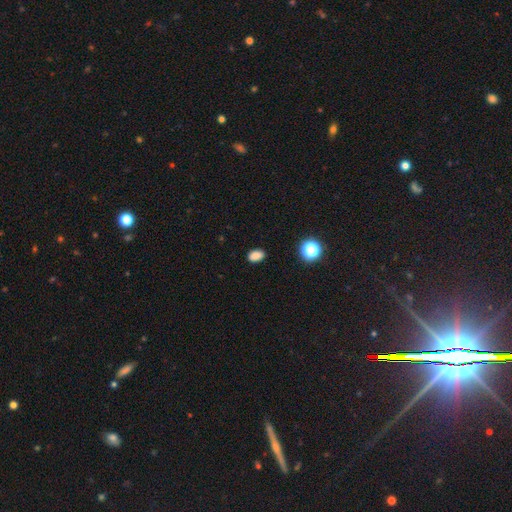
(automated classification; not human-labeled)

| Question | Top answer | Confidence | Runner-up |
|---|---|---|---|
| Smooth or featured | smooth | 84% | star or artifact (12%) |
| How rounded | in between | 84% | round (15%) |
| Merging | none | 88% | minor disturbance (9%) |